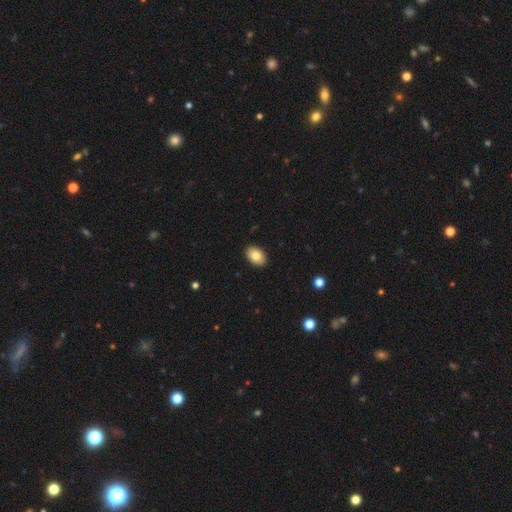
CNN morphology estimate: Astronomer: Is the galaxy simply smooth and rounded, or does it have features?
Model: smooth — 83%.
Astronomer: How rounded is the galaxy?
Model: in between — 86%.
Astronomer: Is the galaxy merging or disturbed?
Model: none — 91%.